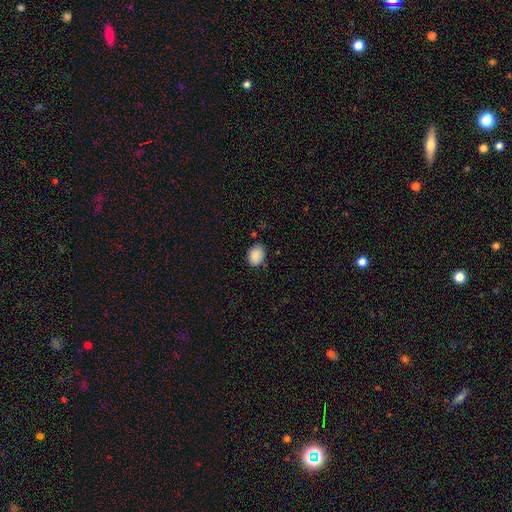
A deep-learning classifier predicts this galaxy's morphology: This is clearly a smooth galaxy (89%). How rounded: likely in between (72%). Merging: likely none (78%).